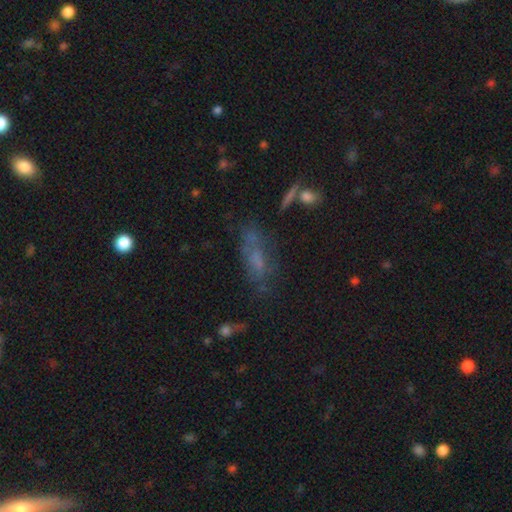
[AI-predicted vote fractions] Smooth or featured?
  - smooth: 47% *
  - featured or disk: 30%
  - star or artifact: 23%
Merging?
  - none: 54% *
  - minor disturbance: 22%
  - major disturbance: 16%
  - merger: 8%